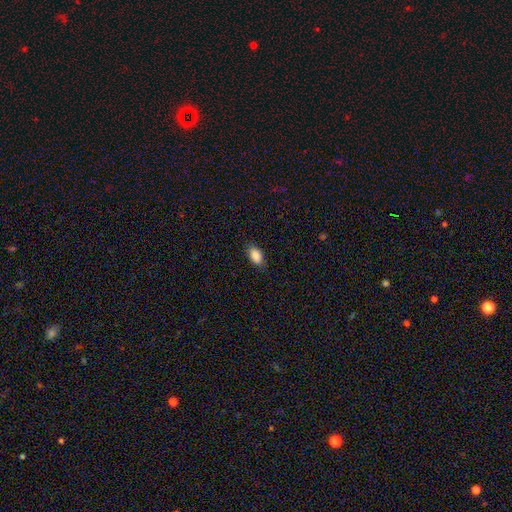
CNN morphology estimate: Q: Smooth or featured?
A: smooth (88%); runner-up: star or artifact (7%)
Q: How rounded?
A: in between (92%); runner-up: round (6%)
Q: Merging?
A: none (85%); runner-up: minor disturbance (12%)